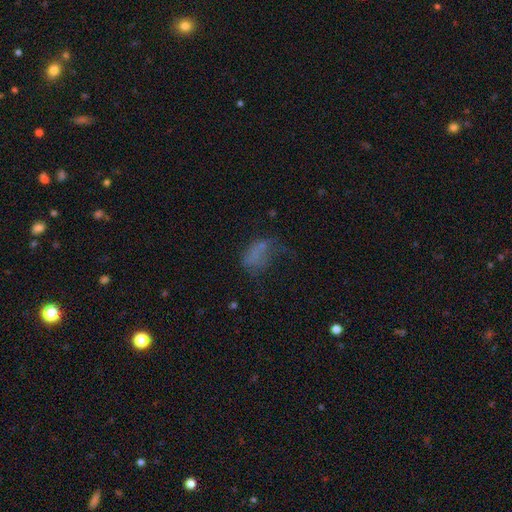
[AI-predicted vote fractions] Smooth or featured: smooth — 54% (featured or disk — 26%)
How rounded: in between — 85% (round — 11%)
Merging: major disturbance — 43% (none — 29%)